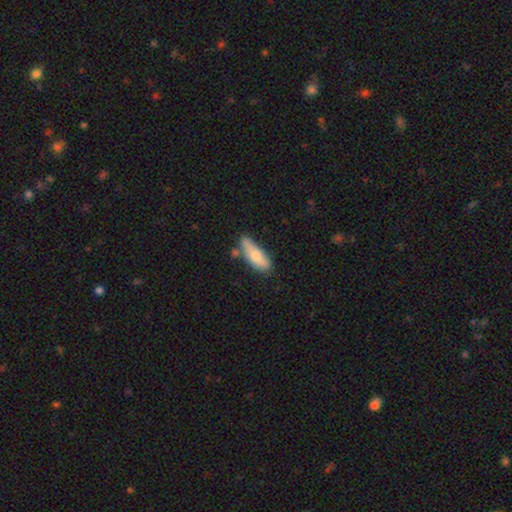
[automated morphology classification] Smooth or featured?
  - smooth: 72% *
  - featured or disk: 22%
  - star or artifact: 6%
How rounded?
  - in between: 67% *
  - cigar-shaped: 30%
  - round: 2%
Merging?
  - none: 53% *
  - minor disturbance: 27%
  - merger: 14%
  - major disturbance: 6%